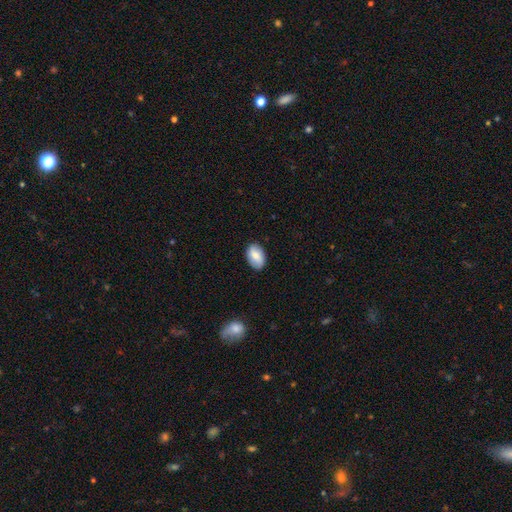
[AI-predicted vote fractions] Smooth or featured? smooth (74%)
How rounded? in between (90%)
Merging? none (84%)